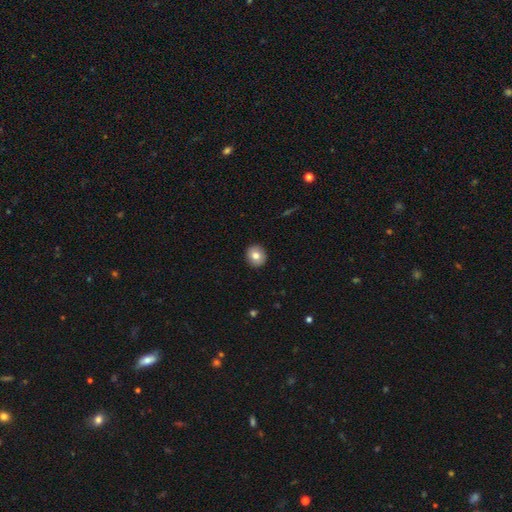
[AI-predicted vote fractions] Smooth or featured: smooth — 80% (featured or disk — 12%)
How rounded: round — 91% (in between — 8%)
Merging: none — 92% (minor disturbance — 5%)